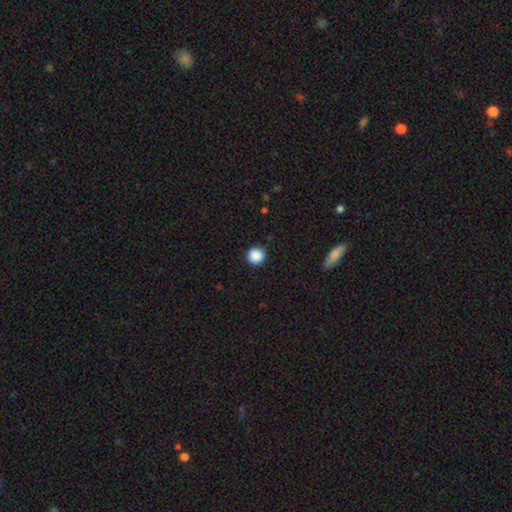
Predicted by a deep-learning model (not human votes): Smooth or featured?
  - smooth: 89% *
  - star or artifact: 9%
  - featured or disk: 2%
How rounded?
  - round: 95% *
  - in between: 4%
  - cigar-shaped: 1%
Merging?
  - none: 92% *
  - minor disturbance: 5%
  - major disturbance: 2%
  - merger: 1%